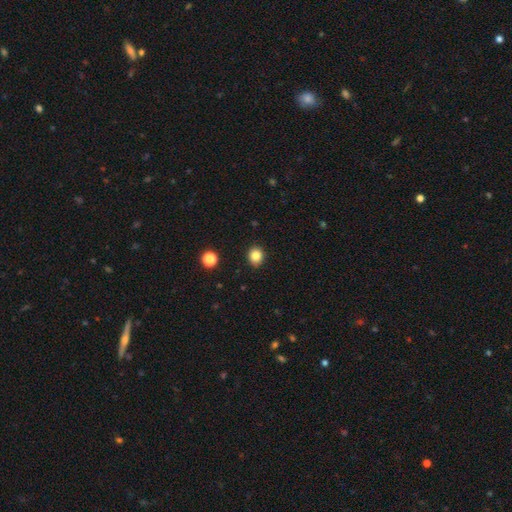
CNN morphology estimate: smooth 84%, star or artifact 11%, featured or disk 5%. Down the decision tree: how rounded — round (73%); merging — none (90%).